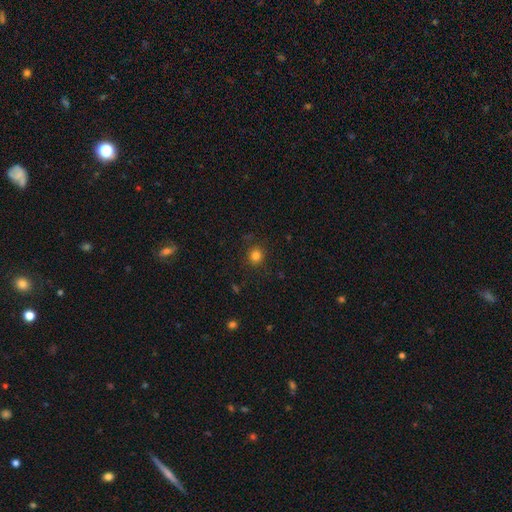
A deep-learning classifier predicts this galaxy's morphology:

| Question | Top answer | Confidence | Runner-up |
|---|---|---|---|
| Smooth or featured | smooth | 81% | star or artifact (14%) |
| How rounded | round | 89% | in between (10%) |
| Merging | none | 87% | minor disturbance (8%) |